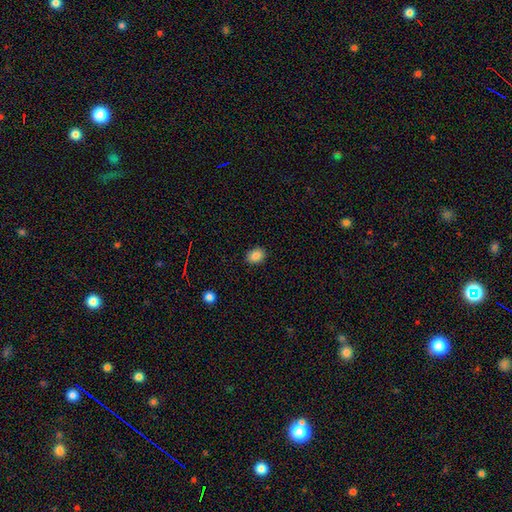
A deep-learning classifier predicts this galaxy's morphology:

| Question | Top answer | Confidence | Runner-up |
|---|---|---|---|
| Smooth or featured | smooth | 86% | star or artifact (10%) |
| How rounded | in between | 58% | round (41%) |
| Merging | none | 88% | minor disturbance (8%) |